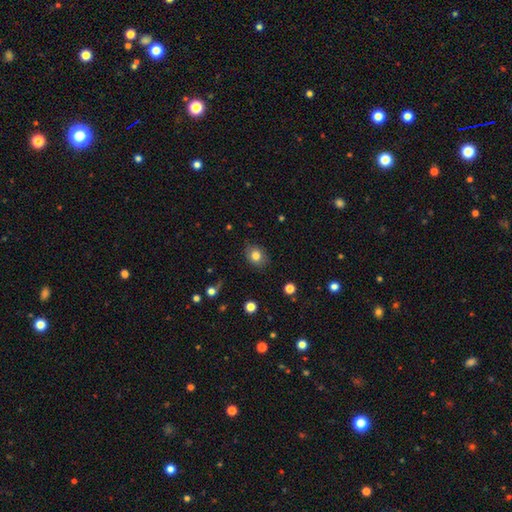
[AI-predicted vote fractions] smooth-or-featured: smooth: 81% | star or artifact: 10% | featured or disk: 9%
  how-rounded: round: 55% | in between: 44% | cigar-shaped: 1%
  merging: none: 85% | minor disturbance: 11% | major disturbance: 3% | merger: 1%